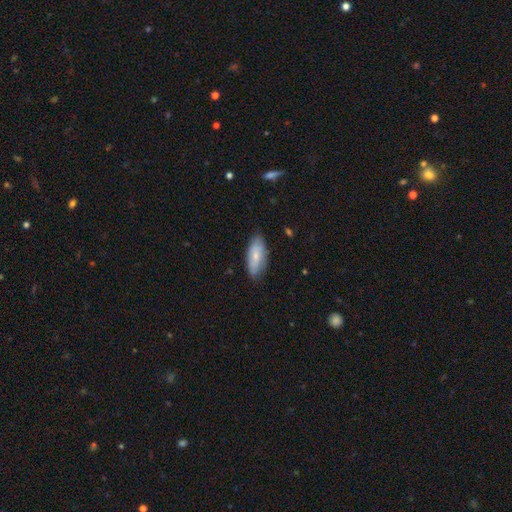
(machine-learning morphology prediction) smooth_or_featured: smooth (p=0.68) [alt: featured or disk p=0.26]
how_rounded: in between (p=0.84) [alt: cigar-shaped p=0.13]
merging: none (p=0.77) [alt: minor disturbance p=0.19]